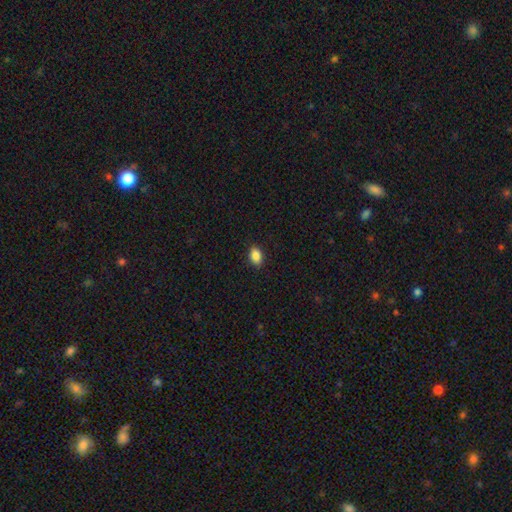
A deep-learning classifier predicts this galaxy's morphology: smooth-or-featured: smooth: 88% | star or artifact: 8% | featured or disk: 4%
  how-rounded: in between: 83% | round: 15% | cigar-shaped: 2%
  merging: none: 90% | minor disturbance: 8% | major disturbance: 2% | merger: 1%